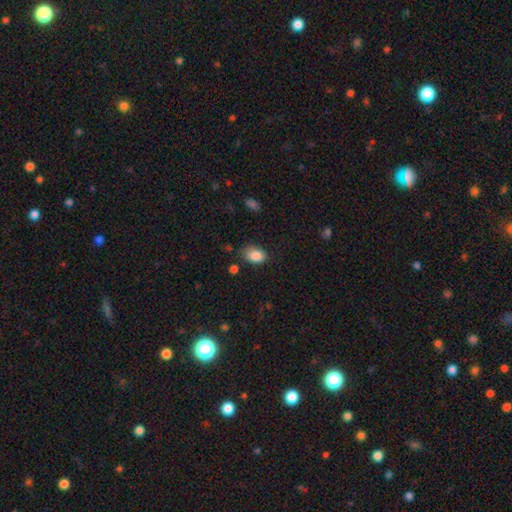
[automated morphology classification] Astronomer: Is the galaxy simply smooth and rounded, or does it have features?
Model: smooth — 87%.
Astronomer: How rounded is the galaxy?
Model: in between — 83%.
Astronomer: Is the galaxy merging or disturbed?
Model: none — 67%.